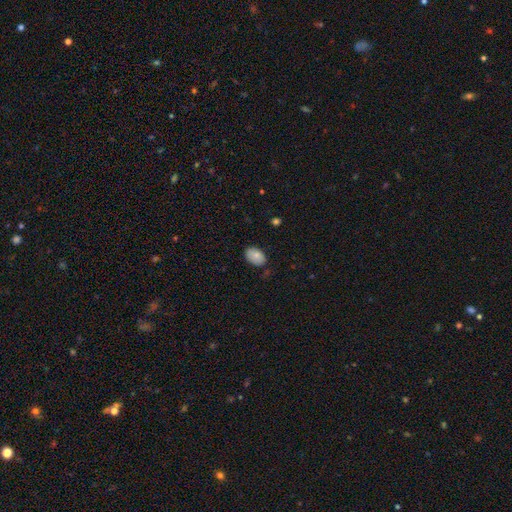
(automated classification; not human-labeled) Overall: smooth (81%). How rounded: in between (90%). Merging: none (77%).